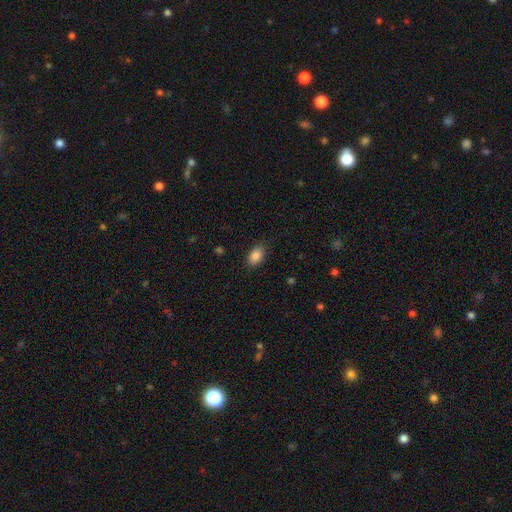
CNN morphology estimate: Smooth or featured: smooth — 87% (star or artifact — 8%)
How rounded: in between — 90% (round — 8%)
Merging: none — 86% (minor disturbance — 10%)